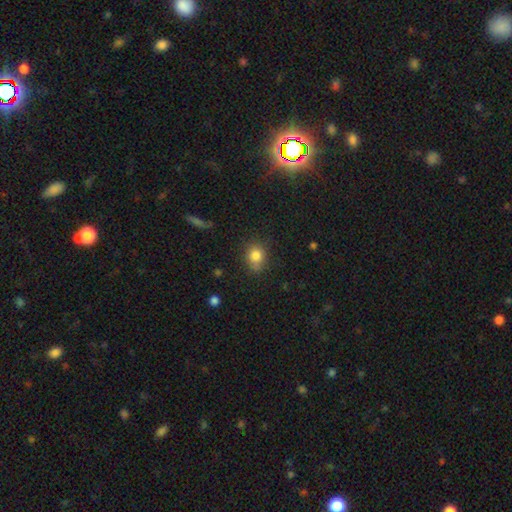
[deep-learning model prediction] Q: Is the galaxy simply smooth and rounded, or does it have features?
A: smooth — 82%.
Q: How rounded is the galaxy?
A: round — 68%.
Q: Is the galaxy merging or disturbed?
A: none — 72%.